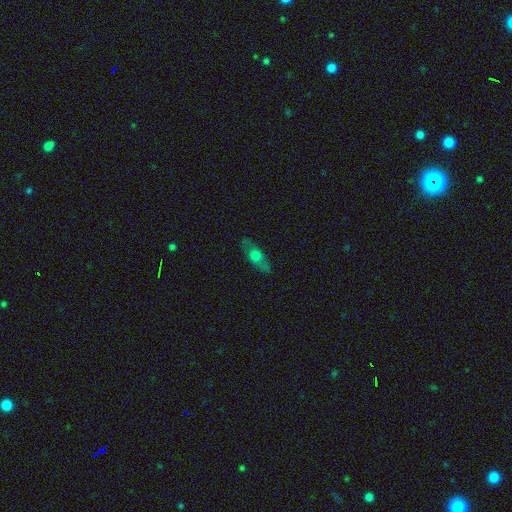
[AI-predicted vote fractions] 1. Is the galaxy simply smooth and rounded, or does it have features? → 51% smooth, 40% featured or disk, 9% star or artifact.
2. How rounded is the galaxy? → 56% in between, 37% cigar-shaped, 8% round.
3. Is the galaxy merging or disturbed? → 78% none, 15% minor disturbance, 4% major disturbance, 2% merger.